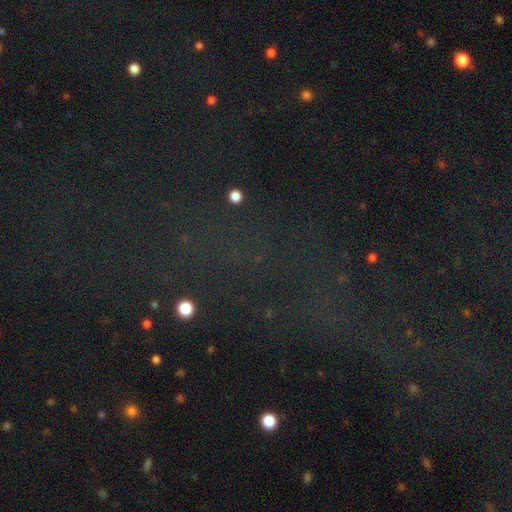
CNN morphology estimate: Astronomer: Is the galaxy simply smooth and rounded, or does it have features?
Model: star or artifact — 72%.